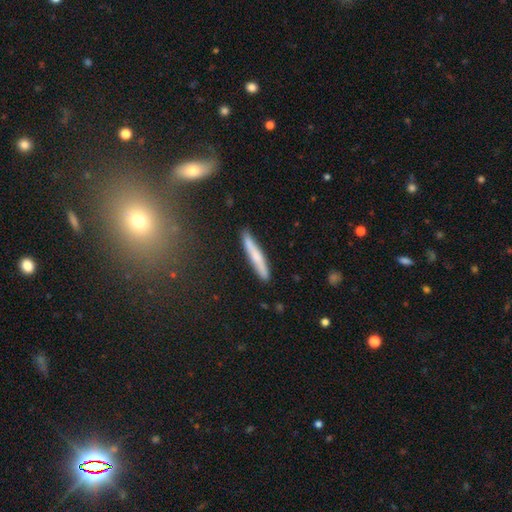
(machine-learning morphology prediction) Smooth or featured?
  - smooth: 63% *
  - featured or disk: 31%
  - star or artifact: 6%
How rounded?
  - cigar-shaped: 94% *
  - in between: 4%
  - round: 1%
Merging?
  - none: 87% *
  - minor disturbance: 9%
  - merger: 2%
  - major disturbance: 2%